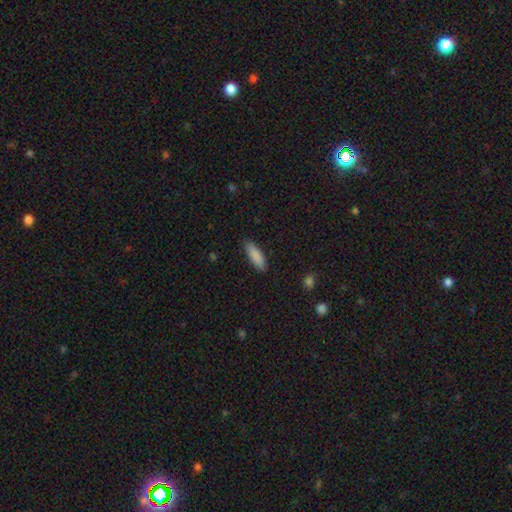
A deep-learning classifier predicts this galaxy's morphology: smooth 88%, star or artifact 6%, featured or disk 6%. Down the decision tree: how rounded — in between (53%); merging — none (87%).